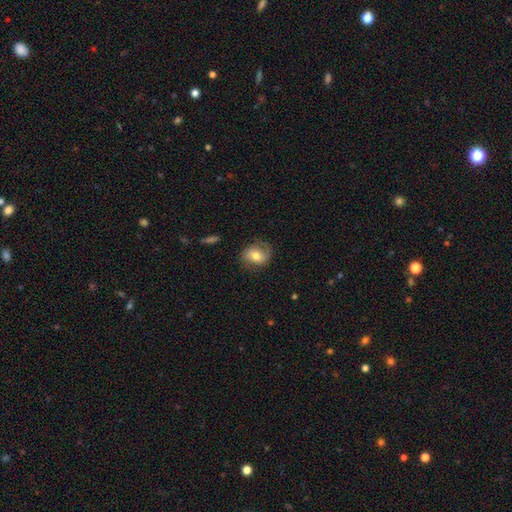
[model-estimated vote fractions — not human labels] This appears to be a smooth galaxy with no disk features (52%) that is round (52%). Merging: none (66%).